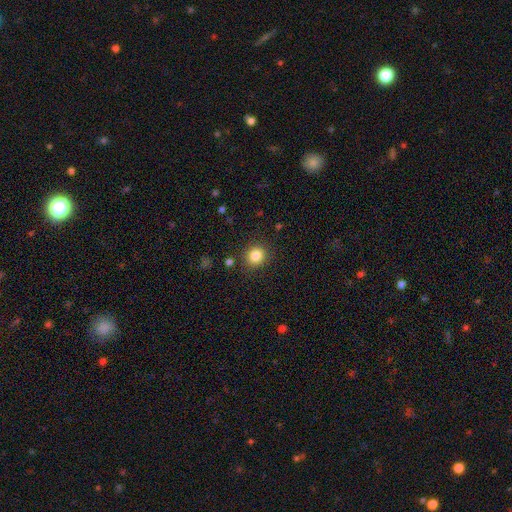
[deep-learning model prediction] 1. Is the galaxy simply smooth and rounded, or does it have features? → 84% smooth, 11% star or artifact, 5% featured or disk.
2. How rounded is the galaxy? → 84% round, 15% in between, 1% cigar-shaped.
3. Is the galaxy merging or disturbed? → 87% none, 8% minor disturbance, 3% major disturbance, 2% merger.